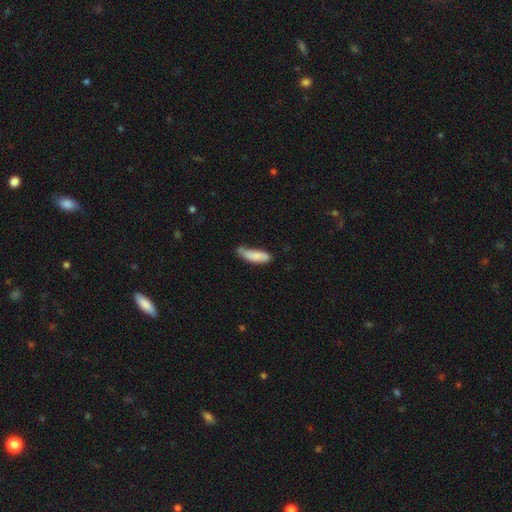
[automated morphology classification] Overall: smooth (79%). How rounded: in between (53%; cigar-shaped 45%). Merging: none (45%; minor disturbance 36%).